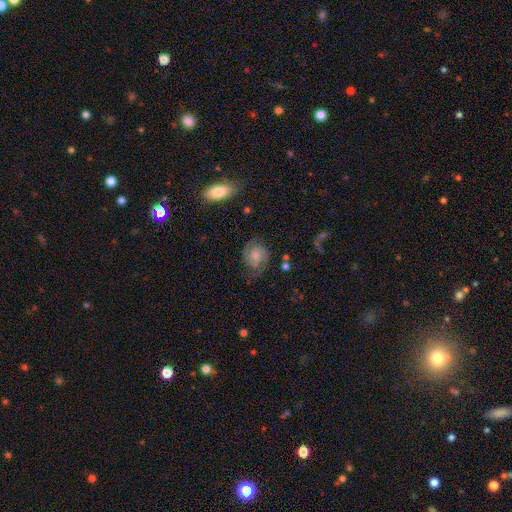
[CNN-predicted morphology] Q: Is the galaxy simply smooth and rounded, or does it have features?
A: featured or disk — 73%.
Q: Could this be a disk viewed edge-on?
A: no — 97%.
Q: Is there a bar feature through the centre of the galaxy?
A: no — 71%.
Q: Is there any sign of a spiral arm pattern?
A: yes — 95%.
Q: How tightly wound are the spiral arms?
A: medium — 44%.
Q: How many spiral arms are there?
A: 2 — 86%.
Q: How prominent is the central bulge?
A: small — 45%.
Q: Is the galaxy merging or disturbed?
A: none — 69%.